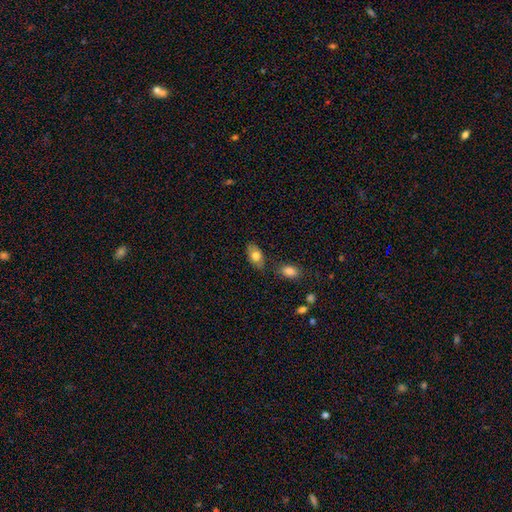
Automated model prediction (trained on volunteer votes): This appears to be a smooth galaxy with no disk features (77%) that is in between round and cigar-shaped (91%). Merging: none (77%).